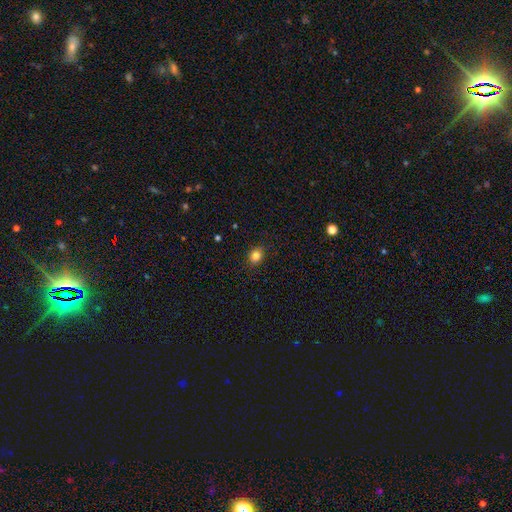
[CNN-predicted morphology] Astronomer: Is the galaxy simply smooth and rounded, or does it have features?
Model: smooth — 83%.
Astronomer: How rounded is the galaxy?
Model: round — 61% (runner-up: in between, 38%).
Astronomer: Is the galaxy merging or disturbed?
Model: none — 87%.